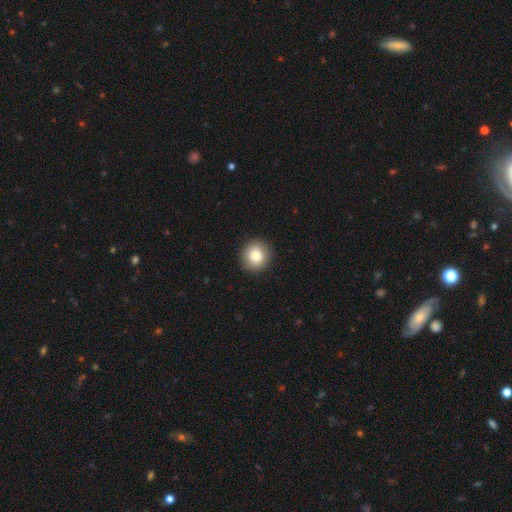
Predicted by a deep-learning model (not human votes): Overall: smooth (82%). How rounded: round (90%). Merging: none (92%).